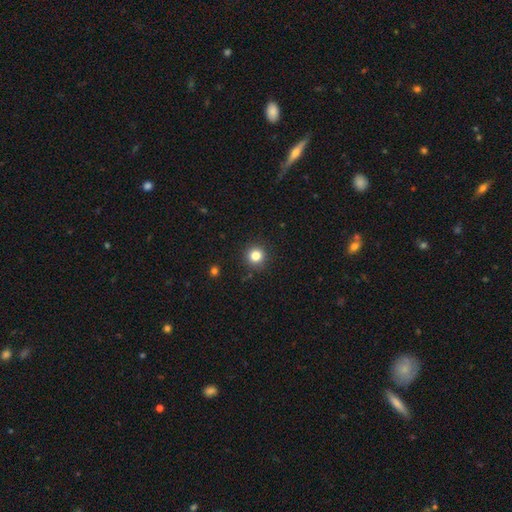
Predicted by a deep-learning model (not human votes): Smooth or featured? smooth (82%)
How rounded? round (94%)
Merging? none (91%)